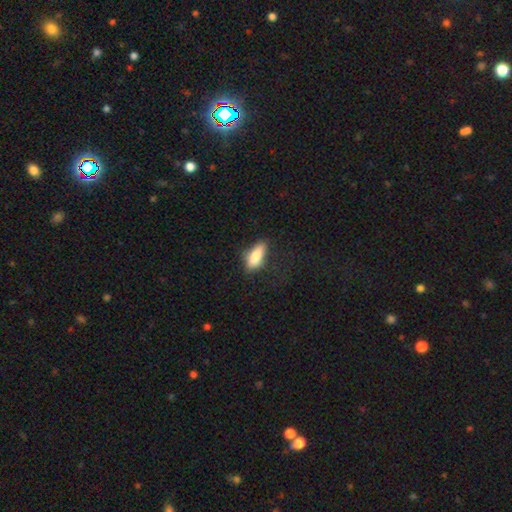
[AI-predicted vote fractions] A smooth galaxy with no disk features (79%) that is in between round and cigar-shaped (75%).

Vote fractions:
- Smooth or featured? smooth: 79% / featured or disk: 14% / star or artifact: 7%
- How rounded? in between: 75% / cigar-shaped: 22% / round: 3%
- Merging? none: 68% / minor disturbance: 22% / major disturbance: 8% / merger: 2%